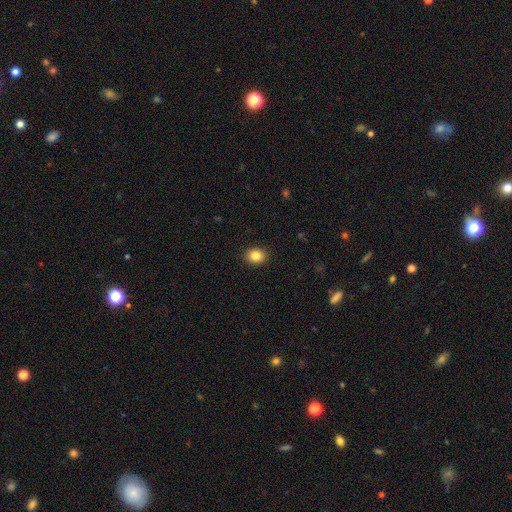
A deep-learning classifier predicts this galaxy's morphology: Q: Smooth or featured?
A: smooth (85%); runner-up: star or artifact (10%)
Q: How rounded?
A: round (65%); runner-up: in between (34%)
Q: Merging?
A: none (91%); runner-up: minor disturbance (6%)